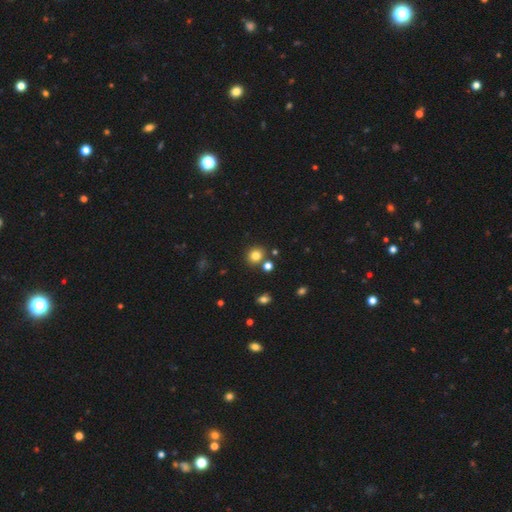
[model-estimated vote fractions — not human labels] Smooth or featured: smooth — 80% (star or artifact — 14%)
How rounded: round — 84% (in between — 15%)
Merging: none — 80% (merger — 9%)